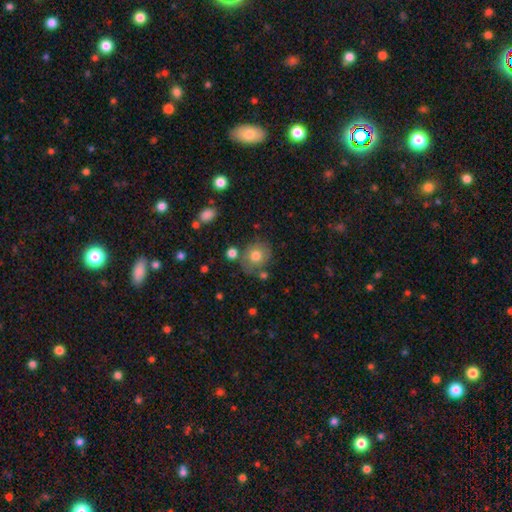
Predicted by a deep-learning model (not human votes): A smooth galaxy with no disk features (74%) that is round (80%). Merging: none (68%).